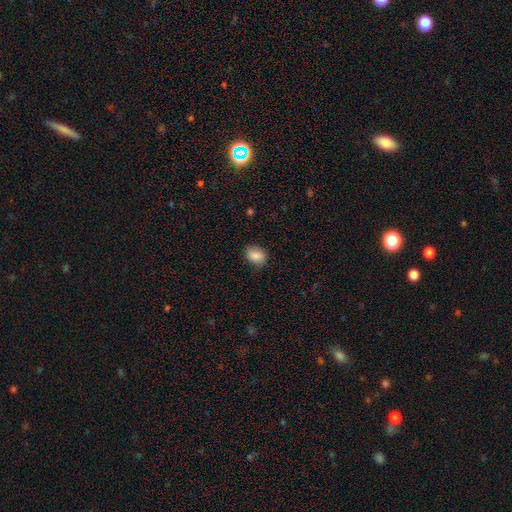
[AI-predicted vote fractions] Morphology: type=smooth (88%); roundness=in between (72%); merging=none (83%).